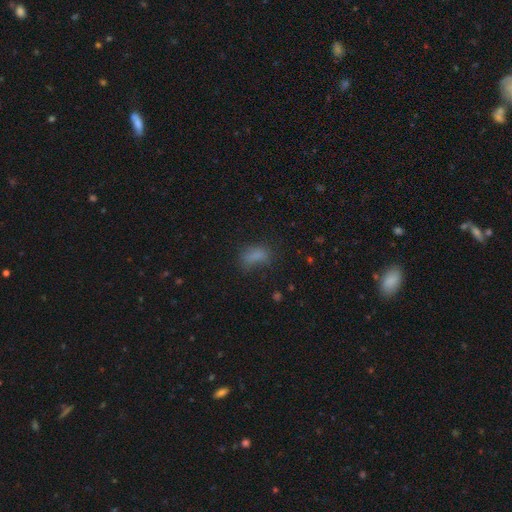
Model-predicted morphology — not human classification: Smooth or featured?
  - smooth: 76% *
  - star or artifact: 15%
  - featured or disk: 9%
How rounded?
  - in between: 85% *
  - round: 9%
  - cigar-shaped: 7%
Merging?
  - none: 52% *
  - minor disturbance: 25%
  - major disturbance: 19%
  - merger: 3%